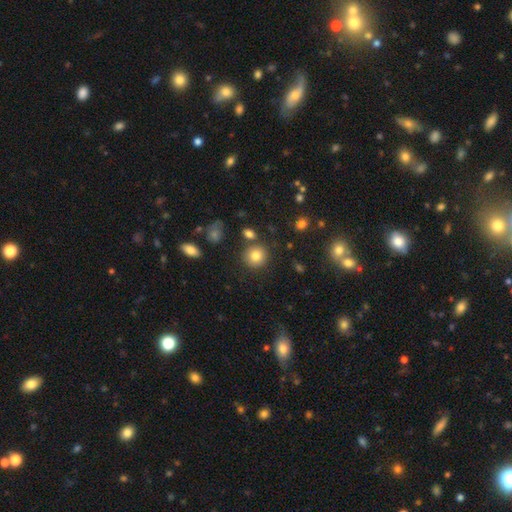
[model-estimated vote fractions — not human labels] Morphology: type=smooth (82%); roundness=round (89%); merging=none (81%).